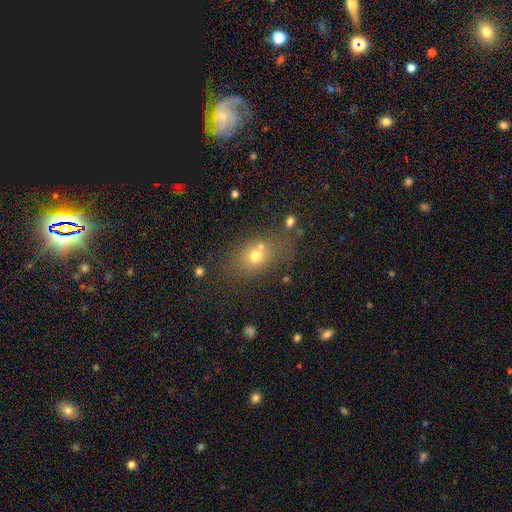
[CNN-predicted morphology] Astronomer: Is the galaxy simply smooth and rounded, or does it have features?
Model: smooth — 67%.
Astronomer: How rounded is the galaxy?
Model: in between — 56% (runner-up: round, 42%).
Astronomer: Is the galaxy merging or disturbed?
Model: none — 59%.